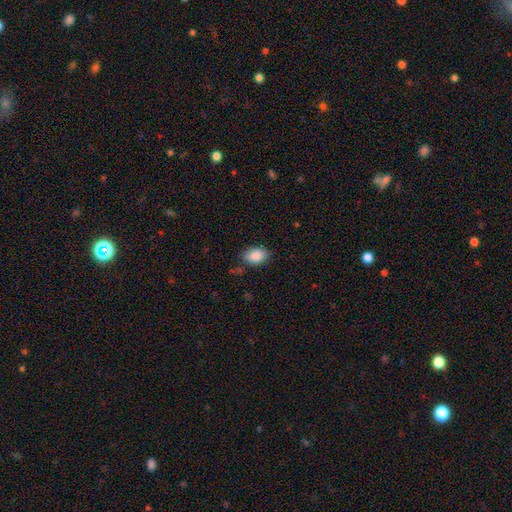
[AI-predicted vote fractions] Smooth or featured?
  - smooth: 88% *
  - star or artifact: 7%
  - featured or disk: 5%
How rounded?
  - in between: 81% *
  - round: 17%
  - cigar-shaped: 1%
Merging?
  - none: 77% *
  - minor disturbance: 17%
  - major disturbance: 4%
  - merger: 2%